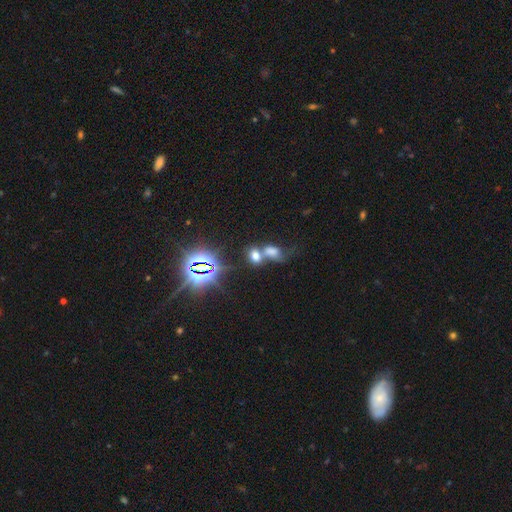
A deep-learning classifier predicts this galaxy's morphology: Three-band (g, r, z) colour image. It shows a smooth galaxy with no disk features (59%) that is in between round and cigar-shaped (72%). Merging: merger (67%).